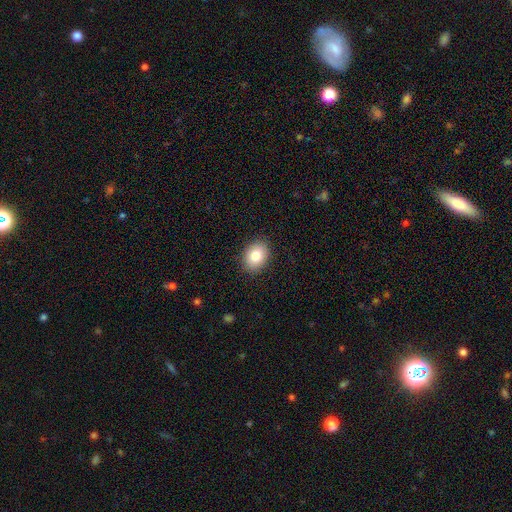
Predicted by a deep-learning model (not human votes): This appears to be a smooth galaxy with no disk features (83%) that is in between round and cigar-shaped (68%). Merging: none (89%).